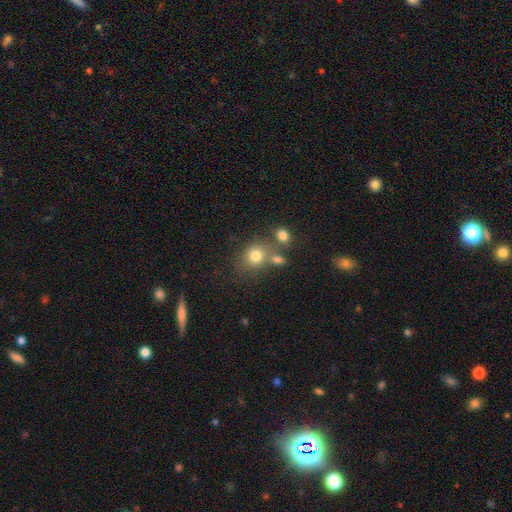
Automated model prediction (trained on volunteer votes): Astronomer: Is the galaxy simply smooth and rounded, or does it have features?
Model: smooth — 77%.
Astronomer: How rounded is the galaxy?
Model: round — 72%.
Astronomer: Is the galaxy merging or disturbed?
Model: none — 57%.